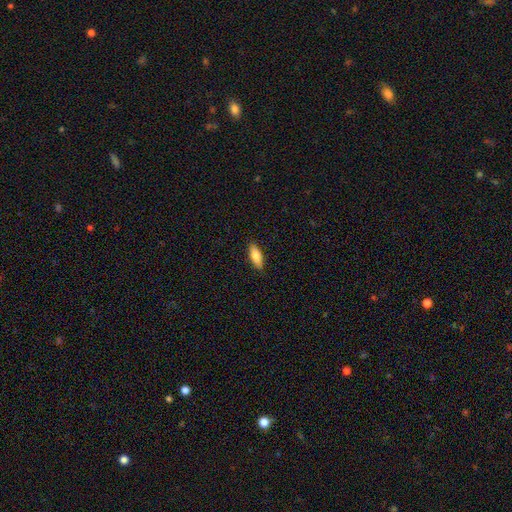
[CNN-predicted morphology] Smooth or featured: smooth — 79% (featured or disk — 15%)
How rounded: in between — 73% (cigar-shaped — 25%)
Merging: none — 88% (minor disturbance — 9%)